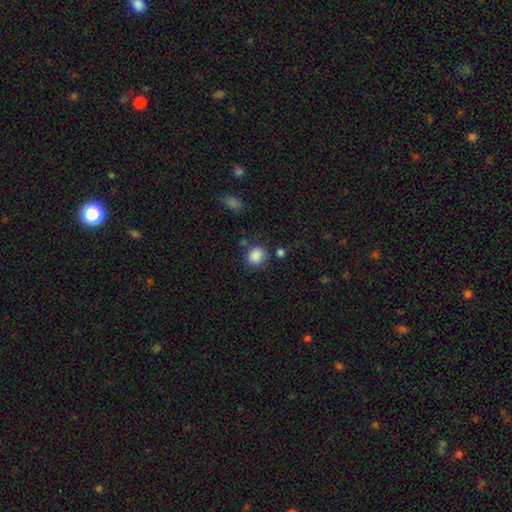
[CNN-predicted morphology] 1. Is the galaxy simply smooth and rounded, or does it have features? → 87% smooth, 9% star or artifact, 3% featured or disk.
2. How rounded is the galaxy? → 80% round, 19% in between, 1% cigar-shaped.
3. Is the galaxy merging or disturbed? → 76% none, 13% minor disturbance, 6% merger, 5% major disturbance.